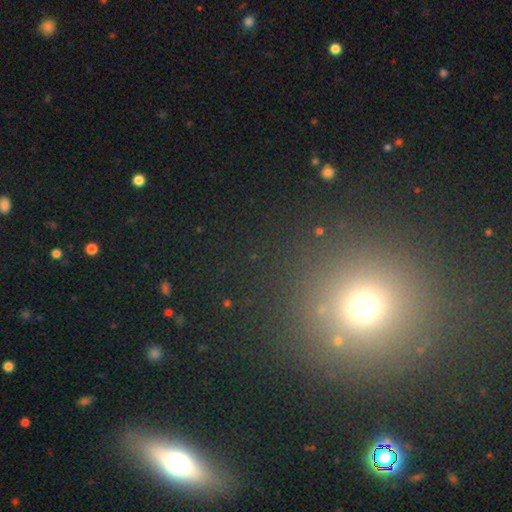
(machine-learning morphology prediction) type=star or artifact (47%).